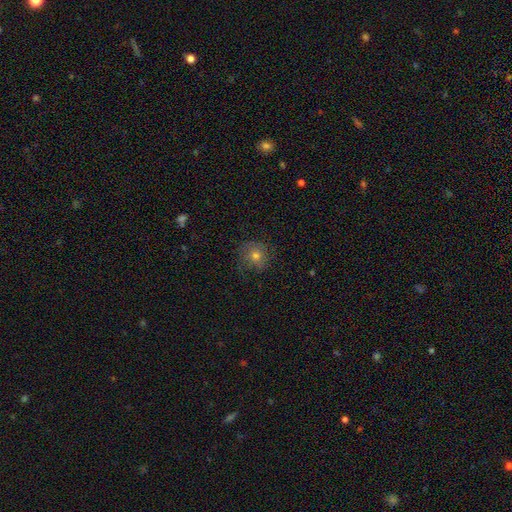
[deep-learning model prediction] Smooth or featured? smooth (60%)
How rounded? round (89%)
Merging? none (76%)